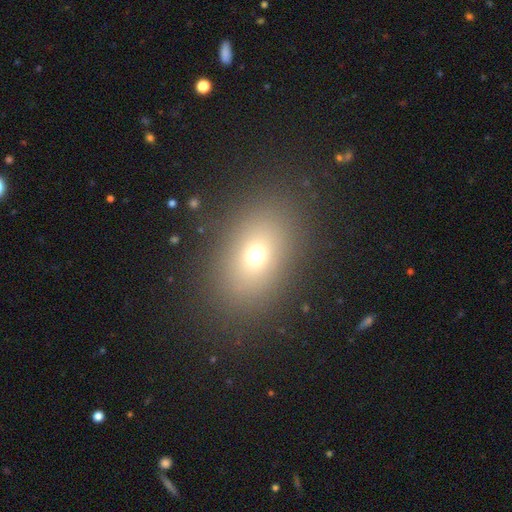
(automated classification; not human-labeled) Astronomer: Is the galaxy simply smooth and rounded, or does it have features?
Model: smooth — 67%.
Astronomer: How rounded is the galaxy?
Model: in between — 72%.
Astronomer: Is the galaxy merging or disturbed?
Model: none — 86%.